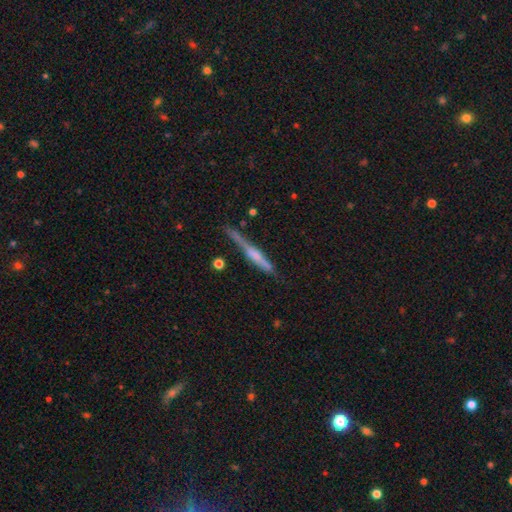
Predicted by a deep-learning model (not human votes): Smooth or featured?
  - featured or disk: 60% *
  - smooth: 33%
  - star or artifact: 7%
Edge-on disk?
  - yes: 95% *
  - no: 5%
Edge-on bulge?
  - rounded: 47% *
  - none: 27%
  - boxy: 26%
Merging?
  - none: 69% *
  - minor disturbance: 21%
  - major disturbance: 6%
  - merger: 4%